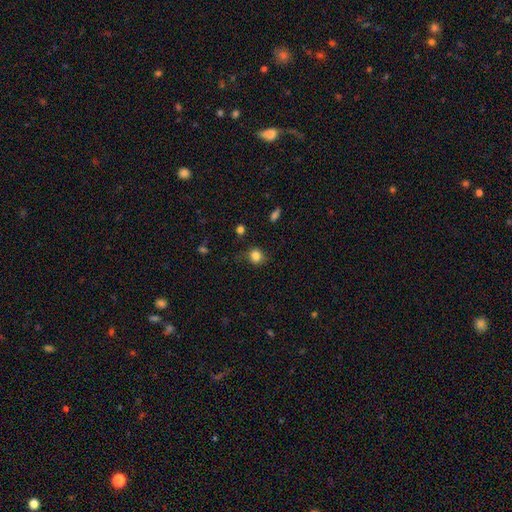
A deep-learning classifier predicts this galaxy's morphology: This is clearly a smooth galaxy (83%). How rounded: clearly round (81%). Merging: likely none (72%).